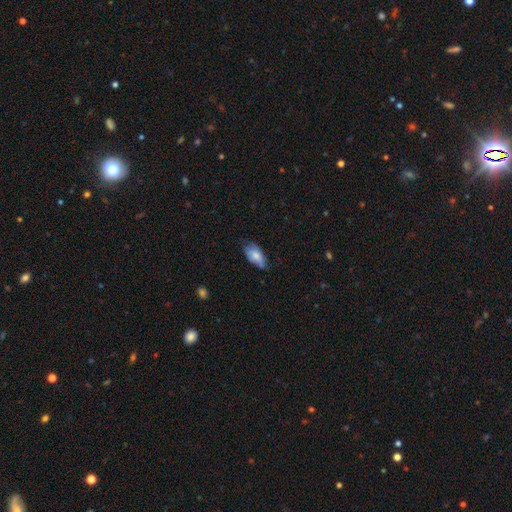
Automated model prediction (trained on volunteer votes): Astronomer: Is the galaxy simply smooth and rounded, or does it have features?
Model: smooth — 73%.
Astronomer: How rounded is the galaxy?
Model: in between — 91%.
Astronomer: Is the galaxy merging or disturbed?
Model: none — 52% (runner-up: minor disturbance, 38%).